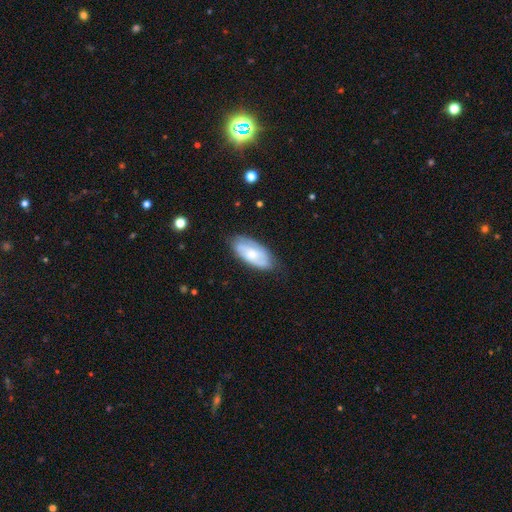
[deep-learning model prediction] Smooth or featured: smooth — 51% (featured or disk — 43%)
How rounded: in between — 89% (cigar-shaped — 9%)
Merging: none — 72% (minor disturbance — 22%)